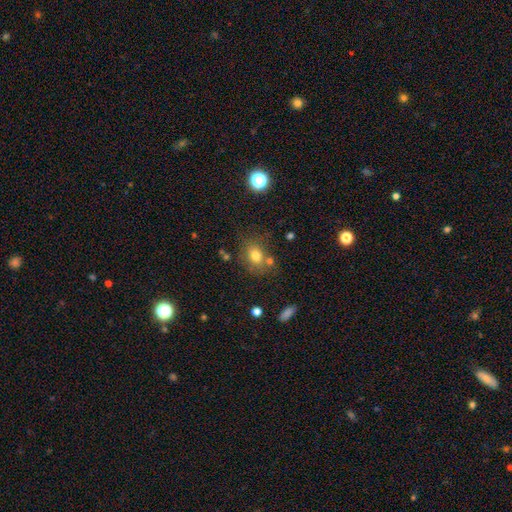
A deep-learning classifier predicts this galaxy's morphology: Smooth or featured? smooth (75%)
How rounded? round (50%)
Merging? none (65%)